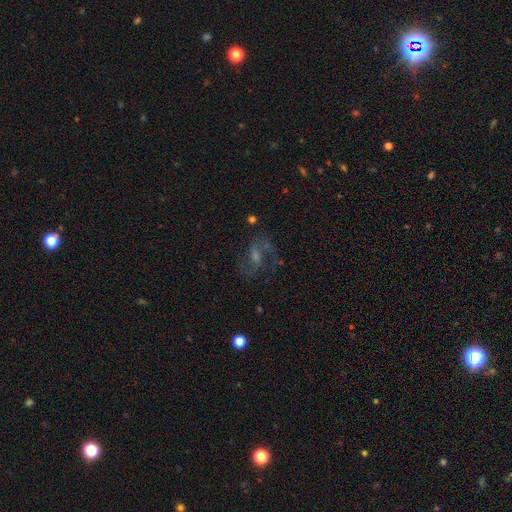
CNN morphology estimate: A featured or disk galaxy (70%) with a weak bar (51%), 2 (85%) medium (46%) spiral arms (90%) and a moderate central bulge (40%). Merging: none (69%).